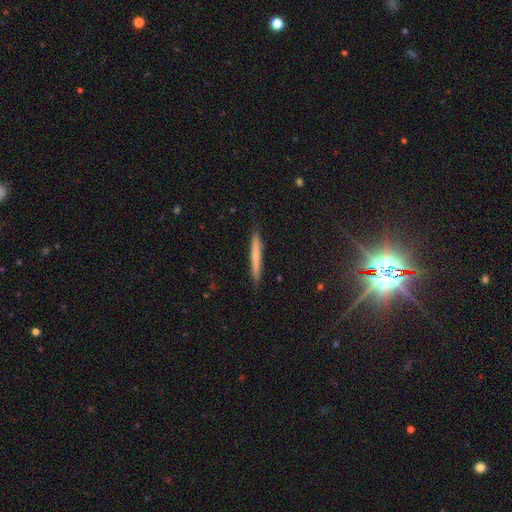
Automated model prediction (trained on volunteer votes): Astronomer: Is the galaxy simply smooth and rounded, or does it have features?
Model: smooth — 54% (runner-up: featured or disk, 39%).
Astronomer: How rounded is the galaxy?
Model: cigar-shaped — 96%.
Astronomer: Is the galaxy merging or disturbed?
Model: none — 88%.